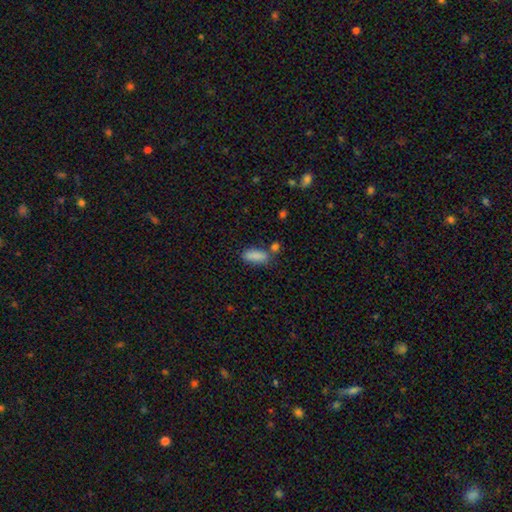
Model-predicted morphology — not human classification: A smooth galaxy with no disk features (87%) that is in between round and cigar-shaped (77%). Merging: none (67%).